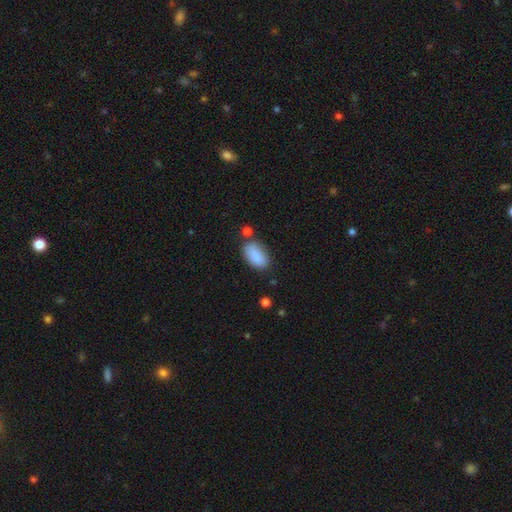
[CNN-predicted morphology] The model was most divided on "merging": none: 72%, minor disturbance: 16%, merger: 7%, major disturbance: 4%. More confident: how rounded — in between (92%); smooth or featured — smooth (88%).